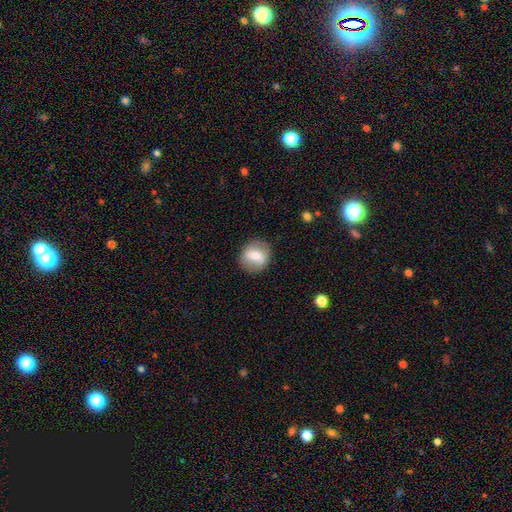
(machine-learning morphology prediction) A smooth galaxy with no disk features (62%) that is round (80%). Merging: none (85%).